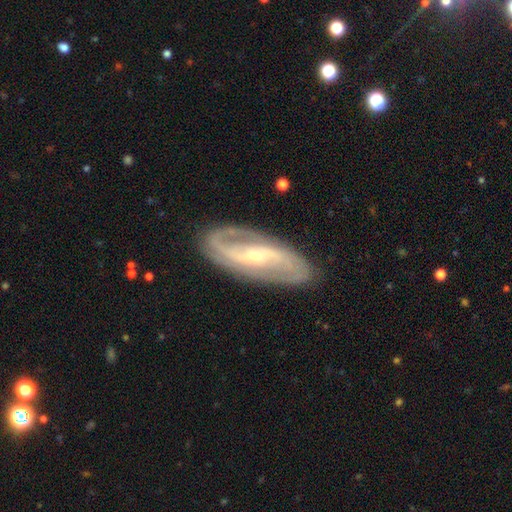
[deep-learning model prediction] featured or disk 87%, smooth 8%, star or artifact 5%. Down the decision tree: edge-on disk — no (92%); bar — strong (45%); spiral arms — yes (94%); spiral arm count — 2 (83%); spiral winding — medium (43%); bulge size — small (69%); merging — none (82%).